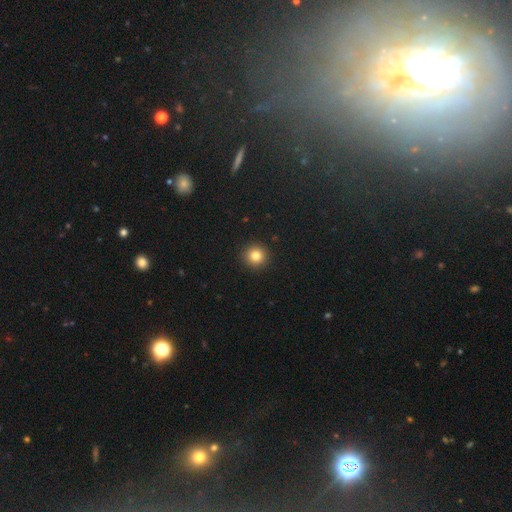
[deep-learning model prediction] Q: Smooth or featured?
A: smooth (82%); runner-up: star or artifact (12%)
Q: How rounded?
A: round (95%); runner-up: in between (4%)
Q: Merging?
A: none (93%); runner-up: minor disturbance (5%)